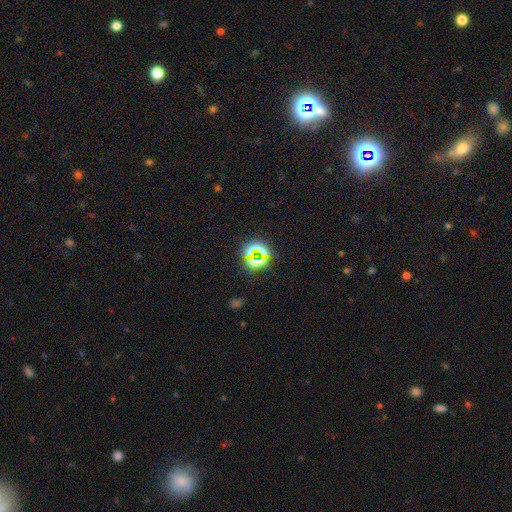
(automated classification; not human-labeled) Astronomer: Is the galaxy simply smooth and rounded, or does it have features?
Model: star or artifact — 70%.